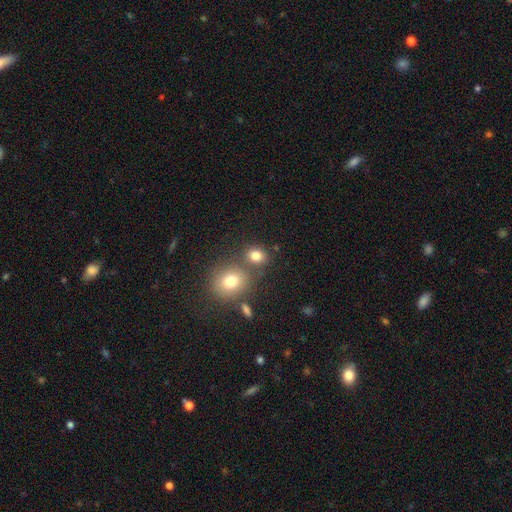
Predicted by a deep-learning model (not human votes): This is likely a smooth galaxy (79%). How rounded: likely round (61%). Merging: likely none (64%).